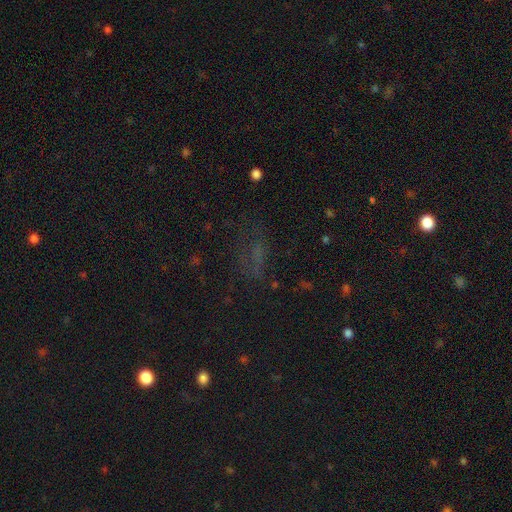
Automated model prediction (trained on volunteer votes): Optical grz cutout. It shows a star or artifact, not a galaxy (40%).